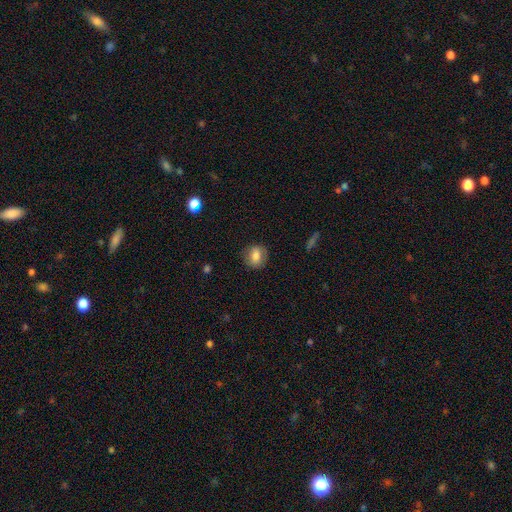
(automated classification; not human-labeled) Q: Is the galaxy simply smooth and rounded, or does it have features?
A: smooth — 75%.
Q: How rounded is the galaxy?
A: round — 59%.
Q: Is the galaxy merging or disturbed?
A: none — 83%.